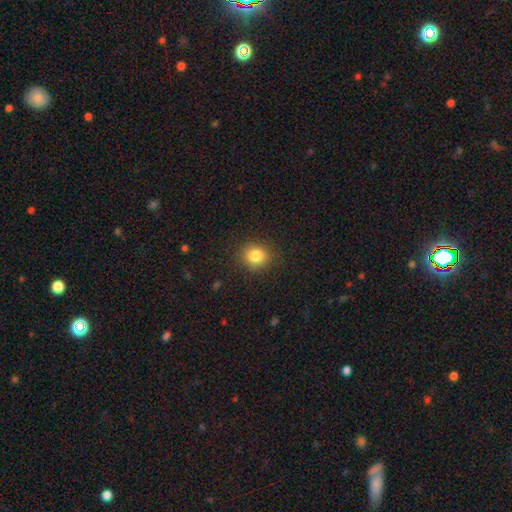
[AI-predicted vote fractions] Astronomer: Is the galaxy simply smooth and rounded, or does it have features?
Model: smooth — 82%.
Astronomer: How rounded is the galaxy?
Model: round — 79%.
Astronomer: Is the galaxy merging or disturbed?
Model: none — 87%.